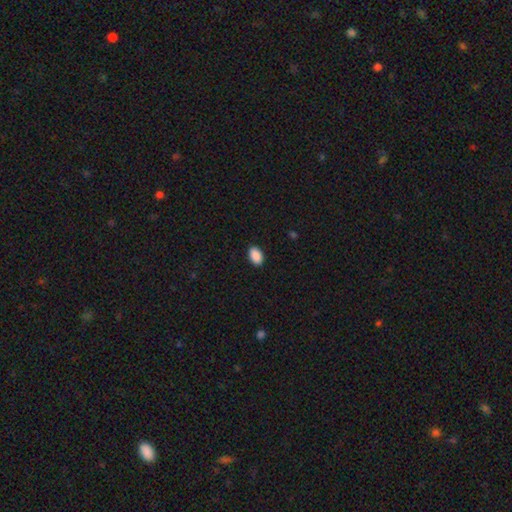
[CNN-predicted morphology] smooth-or-featured: smooth: 91% | star or artifact: 7% | featured or disk: 2%
  how-rounded: in between: 92% | round: 7% | cigar-shaped: 1%
  merging: none: 89% | minor disturbance: 8% | major disturbance: 2% | merger: 1%